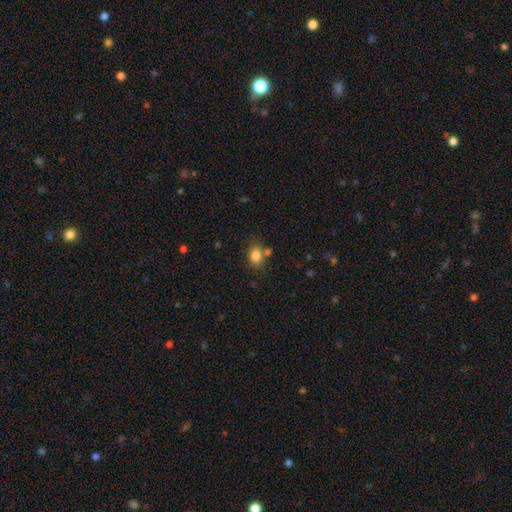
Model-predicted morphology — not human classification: Q: Smooth or featured?
A: smooth (83%); runner-up: star or artifact (10%)
Q: How rounded?
A: in between (62%); runner-up: round (37%)
Q: Merging?
A: none (67%); runner-up: merger (14%)